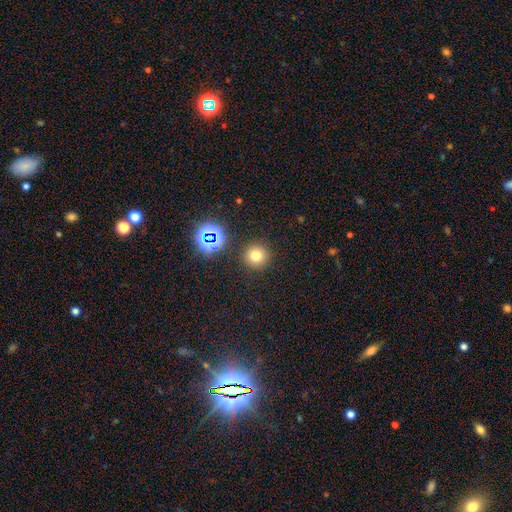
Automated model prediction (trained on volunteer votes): Smooth or featured? smooth (72%)
How rounded? round (95%)
Merging? none (89%)